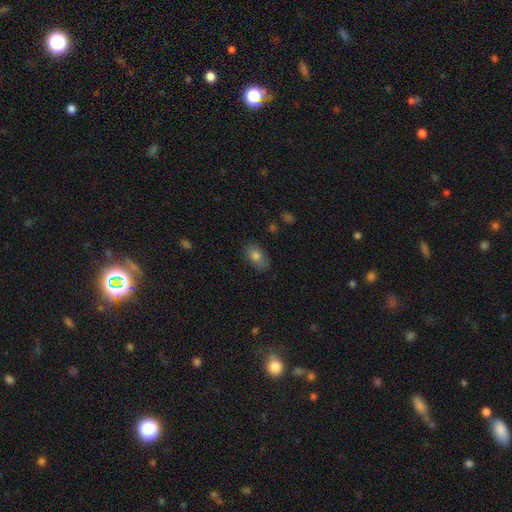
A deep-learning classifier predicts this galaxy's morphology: Smooth or featured?
  - smooth: 79% *
  - featured or disk: 12%
  - star or artifact: 9%
How rounded?
  - in between: 87% *
  - round: 9%
  - cigar-shaped: 3%
Merging?
  - none: 75% *
  - minor disturbance: 19%
  - major disturbance: 5%
  - merger: 2%